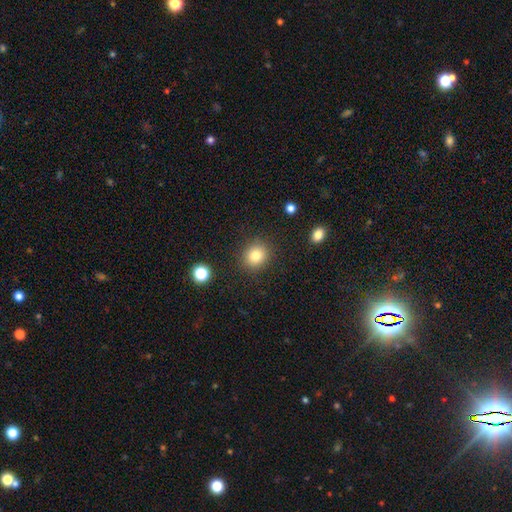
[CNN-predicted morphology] Q: Smooth or featured?
A: smooth (81%); runner-up: star or artifact (11%)
Q: How rounded?
A: round (75%); runner-up: in between (24%)
Q: Merging?
A: none (88%); runner-up: minor disturbance (8%)